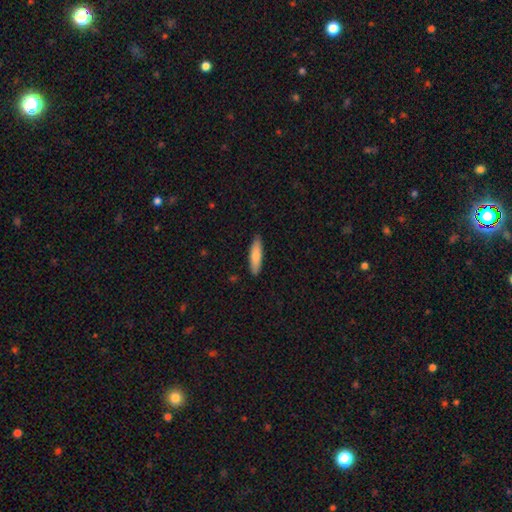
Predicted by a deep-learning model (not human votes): A smooth galaxy with no disk features (77%) that is cigar-shaped (69%). Merging: none (89%).